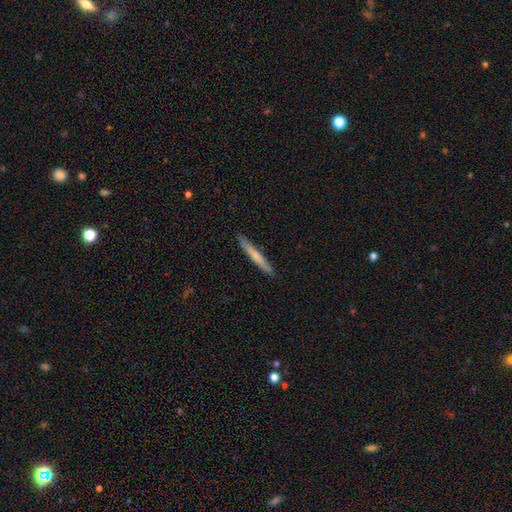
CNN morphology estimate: Smooth or featured? smooth (65%)
How rounded? cigar-shaped (96%)
Merging? none (90%)